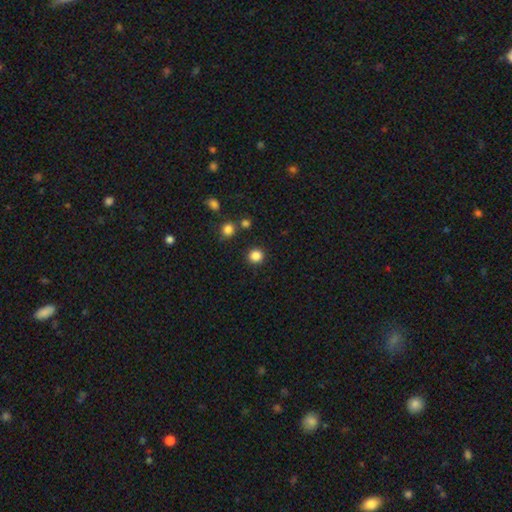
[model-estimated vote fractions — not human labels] Smooth or featured? Predicted: smooth (p=0.84). How rounded? Predicted: round (p=0.92). Merging? Predicted: none (p=0.90).